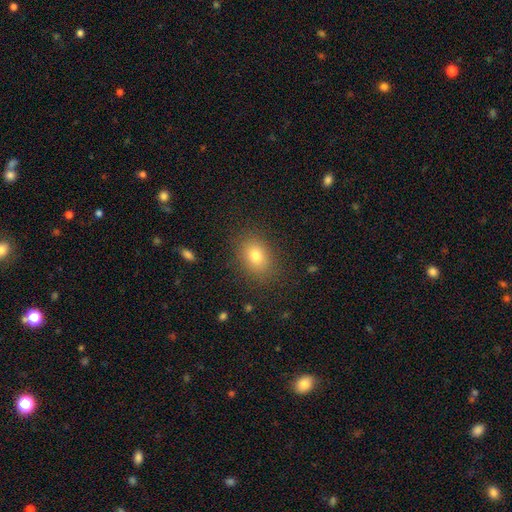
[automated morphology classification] smooth 79%, star or artifact 11%, featured or disk 10%. Down the decision tree: how rounded — in between (70%); merging — none (86%).